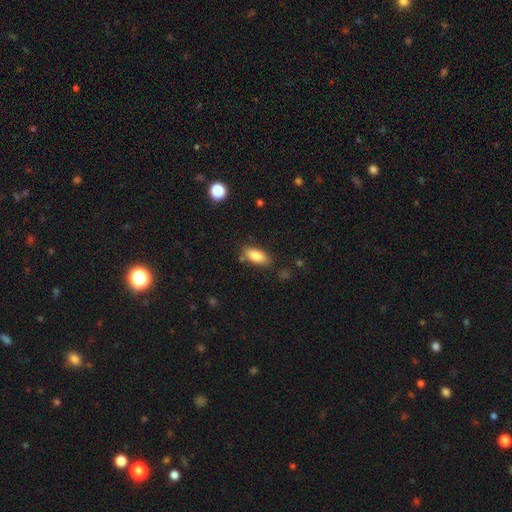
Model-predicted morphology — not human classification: This is clearly a smooth galaxy (83%). How rounded: clearly in between (84%). Merging: likely none (79%).